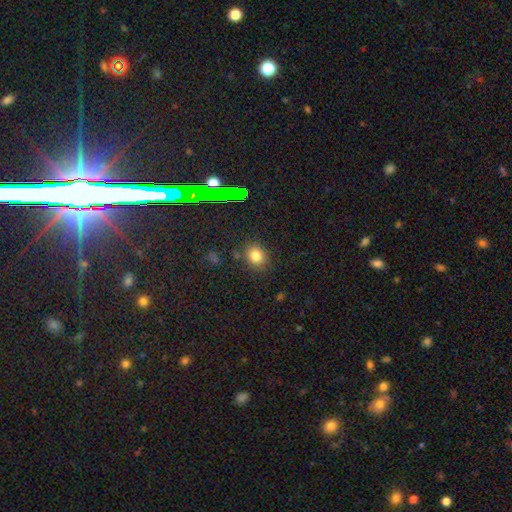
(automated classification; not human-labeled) Overall: smooth (78%). How rounded: round (73%). Merging: none (83%).